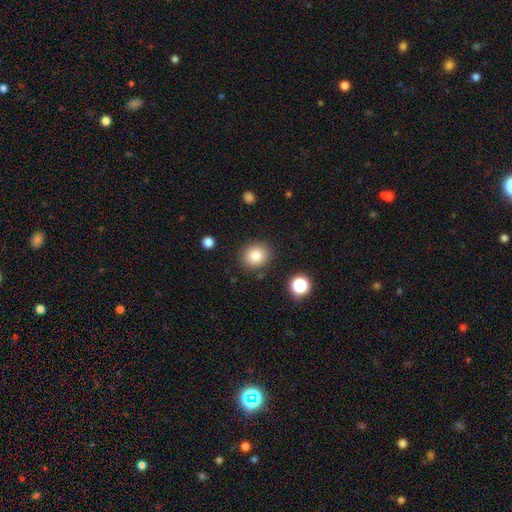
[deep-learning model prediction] smooth 83%, star or artifact 10%, featured or disk 6%. Down the decision tree: how rounded — round (82%); merging — none (87%).